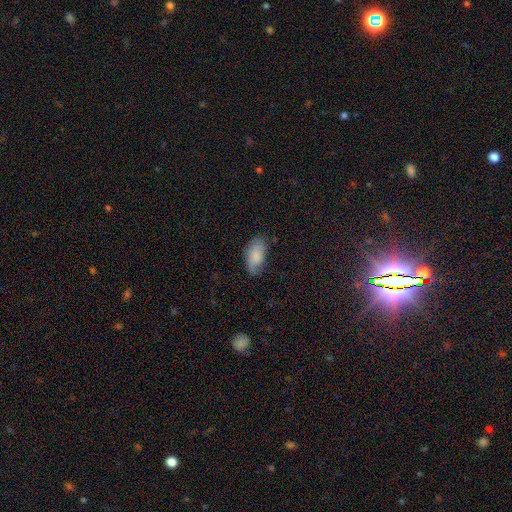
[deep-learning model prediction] Morphology: type=smooth (80%); roundness=in between (93%); merging=none (64%).